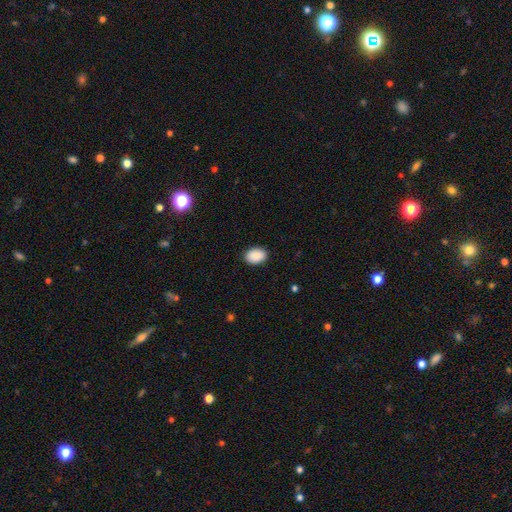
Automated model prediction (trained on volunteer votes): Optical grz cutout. It shows a smooth galaxy with no disk features (90%) that is in between round and cigar-shaped (83%). Merging: none (89%).